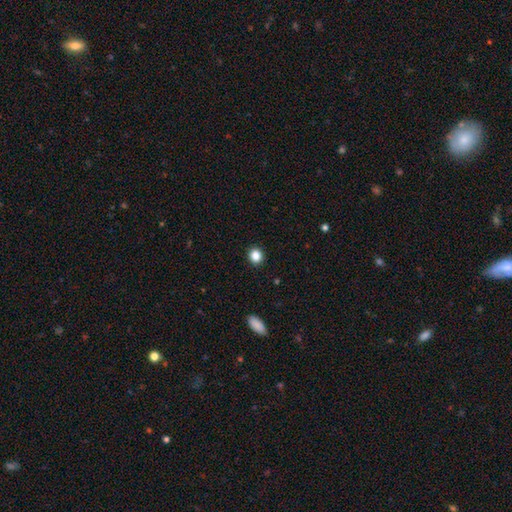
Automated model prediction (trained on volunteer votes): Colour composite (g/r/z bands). It shows a smooth galaxy with no disk features (85%) that is round (83%). Merging: none (92%).